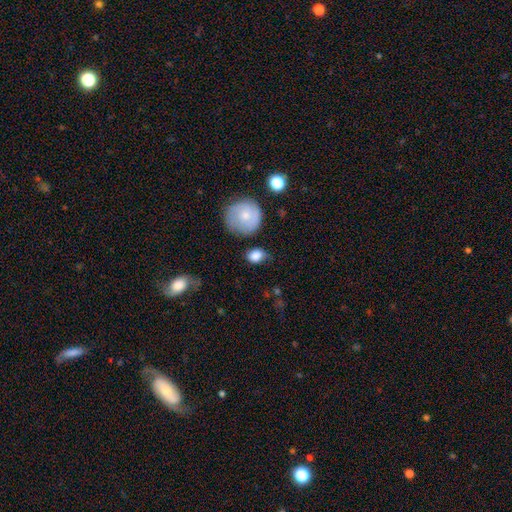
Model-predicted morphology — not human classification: Smooth or featured?
  - smooth: 80% *
  - featured or disk: 12%
  - star or artifact: 8%
How rounded?
  - in between: 52% *
  - round: 47%
  - cigar-shaped: 2%
Merging?
  - none: 63% *
  - minor disturbance: 24%
  - major disturbance: 9%
  - merger: 4%